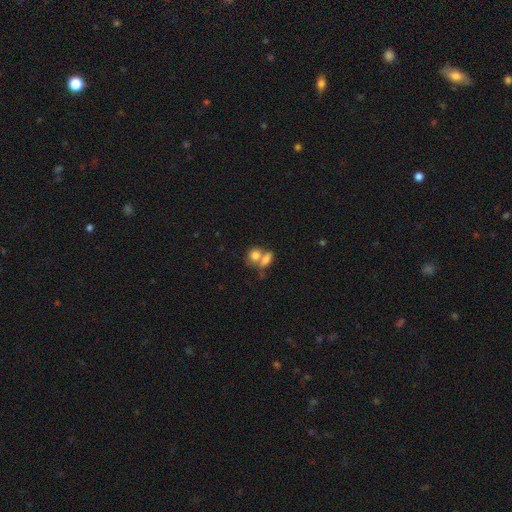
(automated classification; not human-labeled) Q: Smooth or featured?
A: smooth (78%); runner-up: featured or disk (13%)
Q: How rounded?
A: in between (50%); runner-up: round (47%)
Q: Merging?
A: merger (58%); runner-up: none (30%)